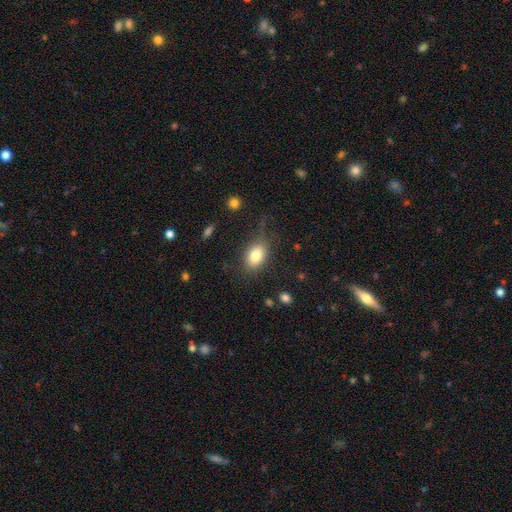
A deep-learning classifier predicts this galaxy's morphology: Smooth or featured: smooth — 81% (featured or disk — 11%)
How rounded: in between — 87% (round — 11%)
Merging: none — 74% (minor disturbance — 17%)